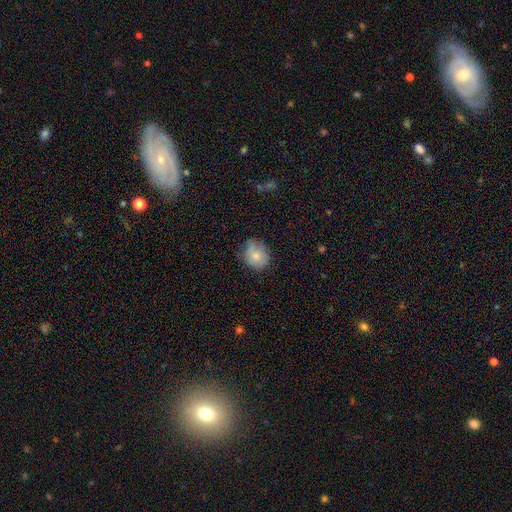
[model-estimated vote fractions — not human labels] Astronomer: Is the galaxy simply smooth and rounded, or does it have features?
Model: smooth — 79%.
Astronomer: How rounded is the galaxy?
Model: round — 66%.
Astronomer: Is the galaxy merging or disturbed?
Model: none — 63%.